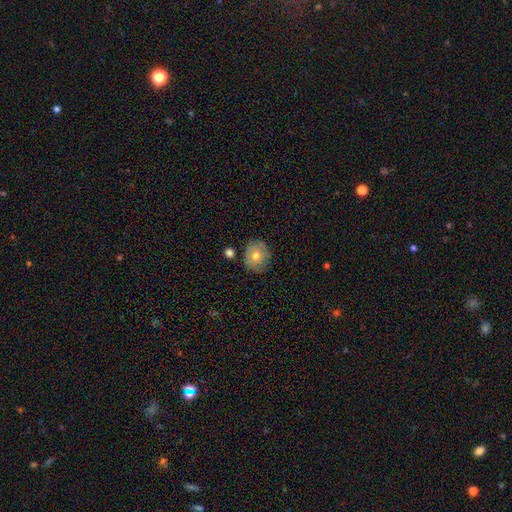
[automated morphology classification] type=smooth (60%); roundness=round (81%); merging=none (78%).